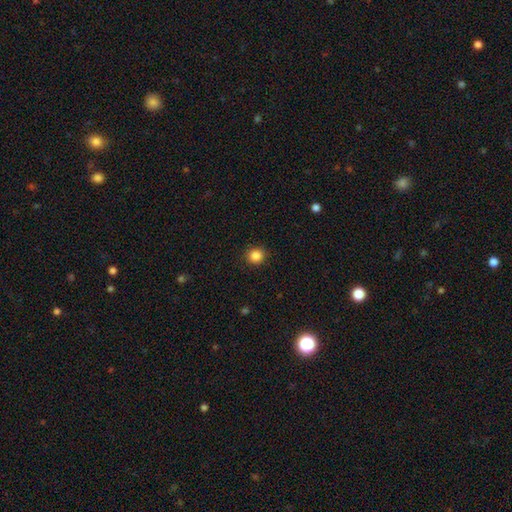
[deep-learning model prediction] smooth-or-featured: smooth: 86% | star or artifact: 10% | featured or disk: 3%
  how-rounded: round: 89% | in between: 10% | cigar-shaped: 1%
  merging: none: 91% | minor disturbance: 6% | major disturbance: 2% | merger: 1%